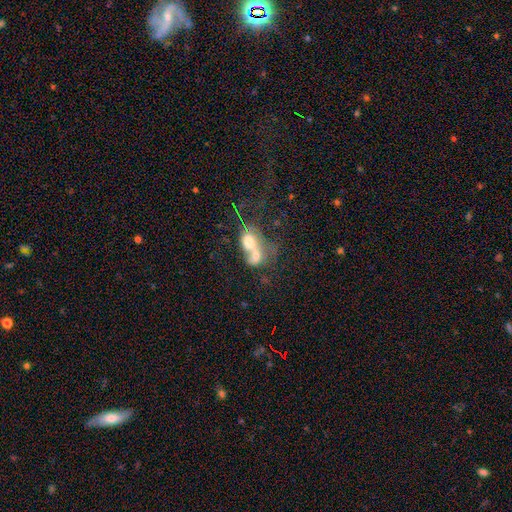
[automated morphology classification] This appears to be a smooth galaxy with no disk features (58%) that is in between round and cigar-shaped (69%). Merging: merger (77%).